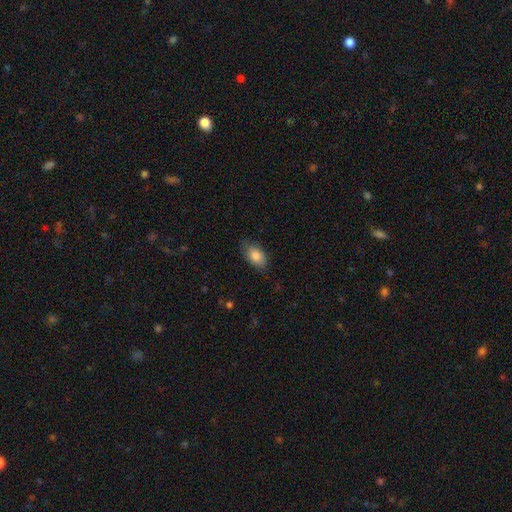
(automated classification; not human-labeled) Smooth or featured?
  - smooth: 85% *
  - featured or disk: 8%
  - star or artifact: 7%
How rounded?
  - in between: 91% *
  - round: 7%
  - cigar-shaped: 2%
Merging?
  - none: 77% *
  - minor disturbance: 18%
  - major disturbance: 4%
  - merger: 1%